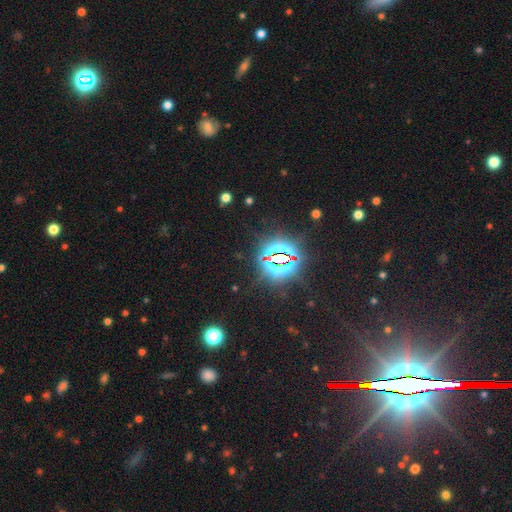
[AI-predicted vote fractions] Smooth or featured? Predicted: star or artifact (p=0.81).